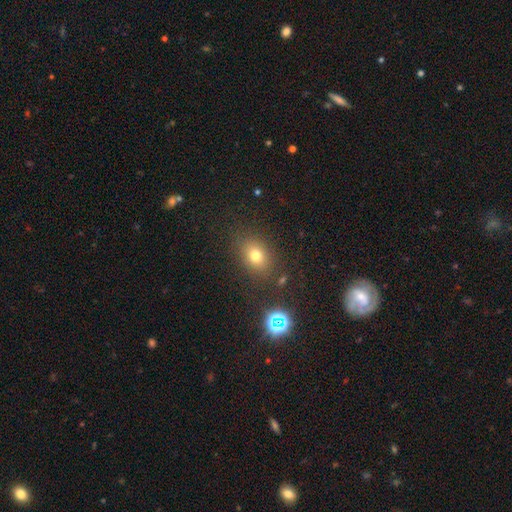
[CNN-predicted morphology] Q: Smooth or featured?
A: smooth (72%); runner-up: star or artifact (18%)
Q: How rounded?
A: in between (60%); runner-up: round (38%)
Q: Merging?
A: none (82%); runner-up: minor disturbance (11%)